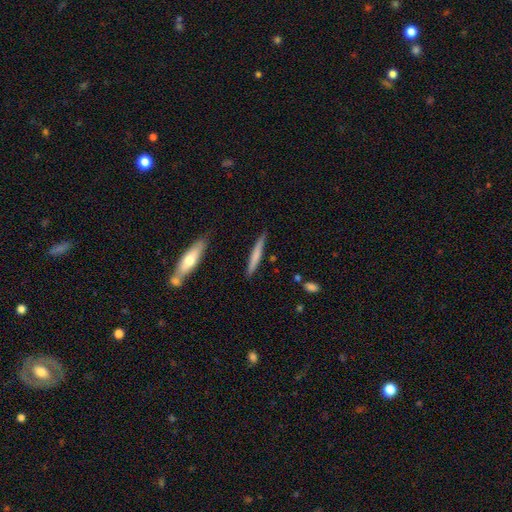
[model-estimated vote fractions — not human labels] smooth_or_featured: smooth (p=0.61) [alt: featured or disk p=0.34]
how_rounded: cigar-shaped (p=0.94) [alt: in between p=0.05]
merging: none (p=0.85) [alt: minor disturbance p=0.10]